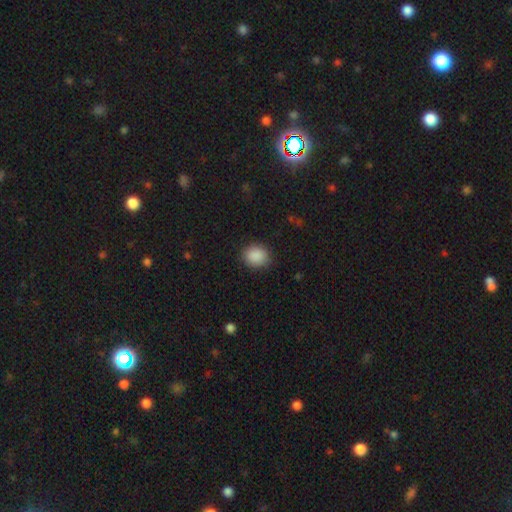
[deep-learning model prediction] Overall: smooth (89%). How rounded: round (62%; in between 37%). Merging: none (86%).